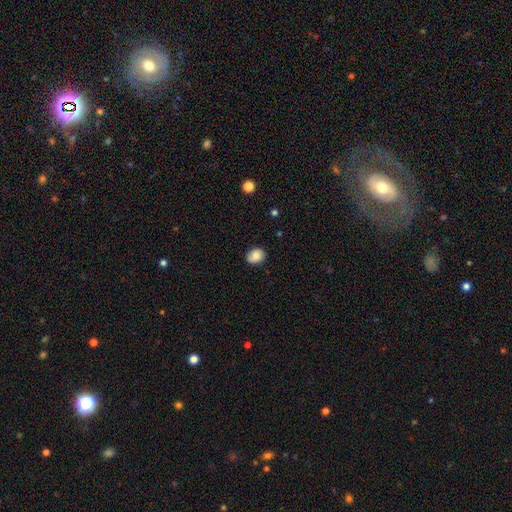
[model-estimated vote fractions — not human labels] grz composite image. It shows a smooth galaxy with no disk features (79%) that is round (56%). Merging: none (79%).